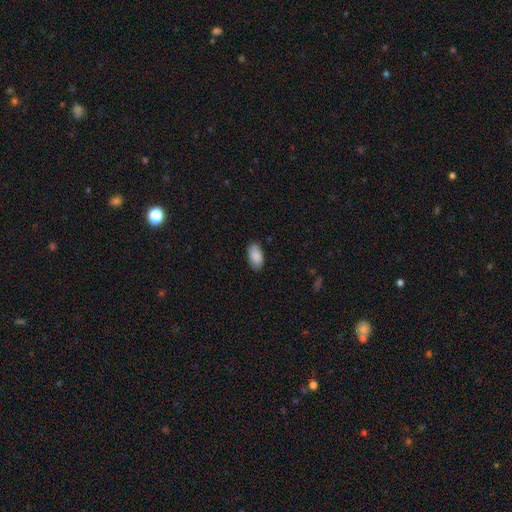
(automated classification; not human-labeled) This is clearly a smooth galaxy (90%). How rounded: clearly in between (95%). Merging: clearly none (86%).